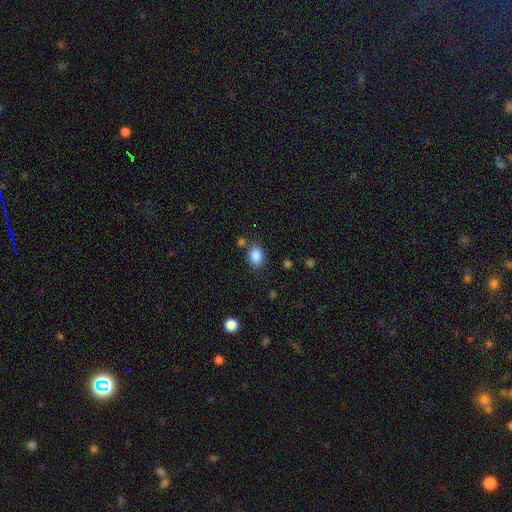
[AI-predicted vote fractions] A smooth galaxy with no disk features (87%) that is in between round and cigar-shaped (56%). Merging: none (75%).